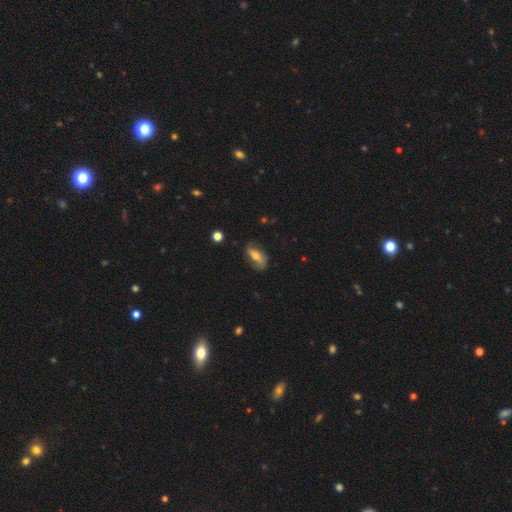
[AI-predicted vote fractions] Q: Smooth or featured?
A: featured or disk (47%); runner-up: smooth (45%)
Q: Merging?
A: none (69%); runner-up: minor disturbance (23%)